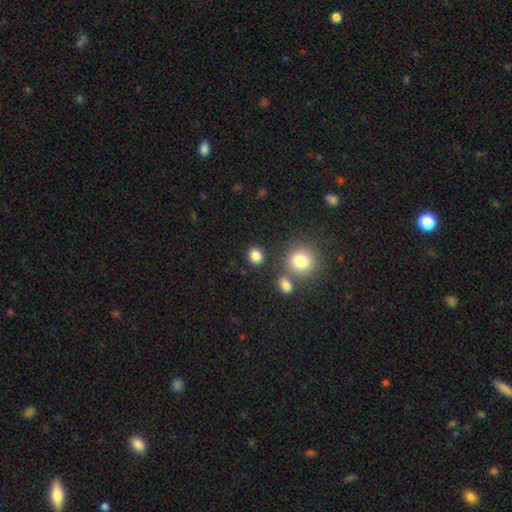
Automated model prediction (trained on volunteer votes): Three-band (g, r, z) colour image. It shows a smooth galaxy with no disk features (84%) that is round (79%). Merging: none (82%).